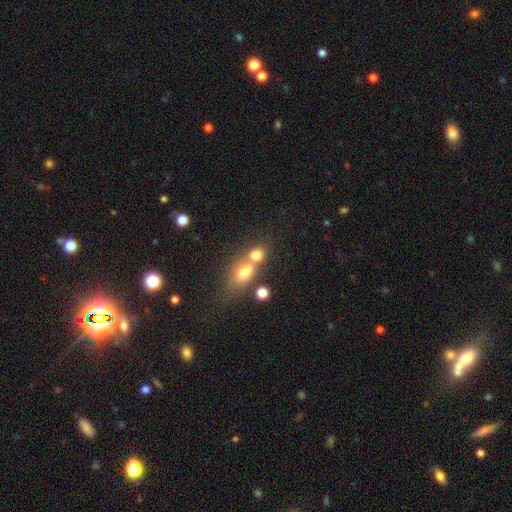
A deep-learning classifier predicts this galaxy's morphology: Smooth or featured? smooth (73%)
How rounded? round (50%)
Merging? merger (58%)